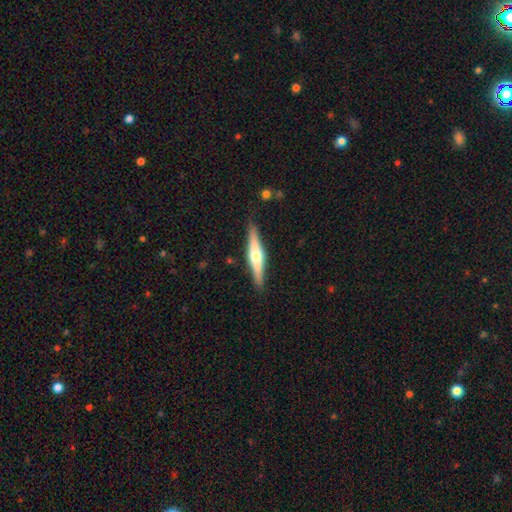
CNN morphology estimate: Smooth or featured?
  - featured or disk: 63% *
  - smooth: 31%
  - star or artifact: 6%
Edge-on disk?
  - yes: 96% *
  - no: 4%
Edge-on bulge?
  - rounded: 87% *
  - boxy: 8%
  - none: 5%
Merging?
  - none: 87% *
  - minor disturbance: 9%
  - major disturbance: 2%
  - merger: 1%